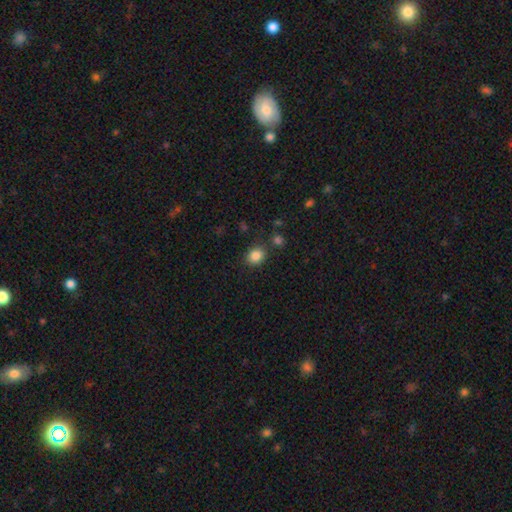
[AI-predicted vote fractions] The model was most divided on "how rounded": round: 55%, in between: 44%, cigar-shaped: 1%. More confident: smooth or featured — smooth (85%); merging — none (79%).